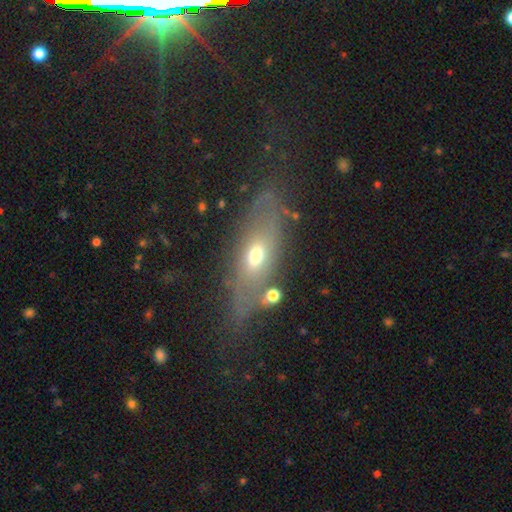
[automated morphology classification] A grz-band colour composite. It shows a featured or disk galaxy (46%). Merging: none (63%).